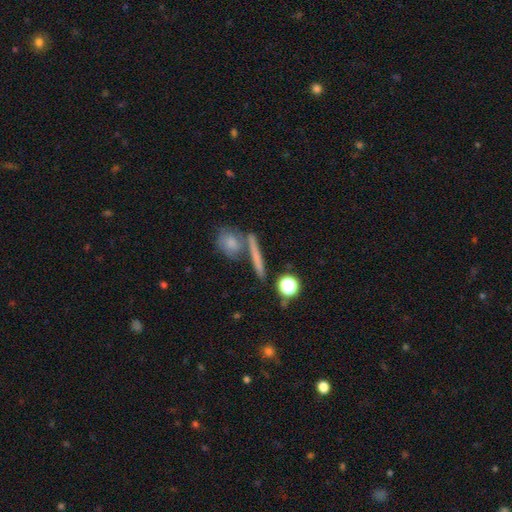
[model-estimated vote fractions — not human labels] smooth 53%, featured or disk 34%, star or artifact 13%. Down the decision tree: how rounded — cigar-shaped (64%); merging — none (68%).